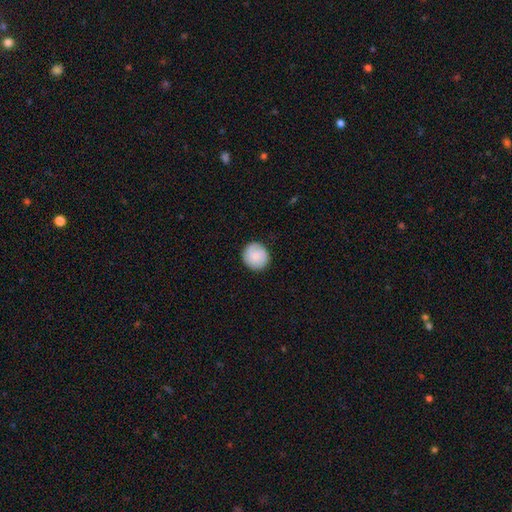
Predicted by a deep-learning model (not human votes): Morphology: type=smooth (76%); roundness=round (91%); merging=none (87%).